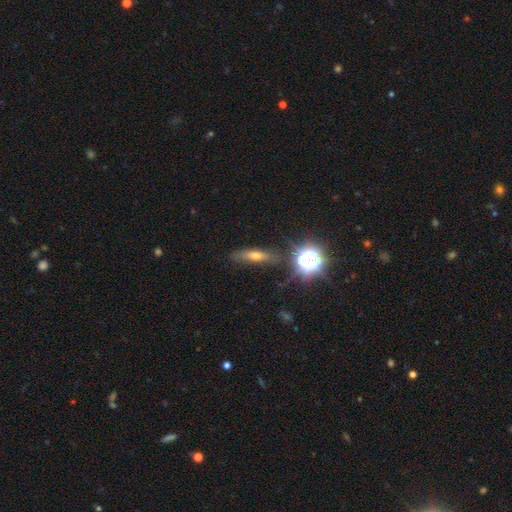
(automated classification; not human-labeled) smooth-or-featured: smooth: 44% | featured or disk: 31% | star or artifact: 24%
  merging: none: 78% | minor disturbance: 14% | major disturbance: 5% | merger: 3%